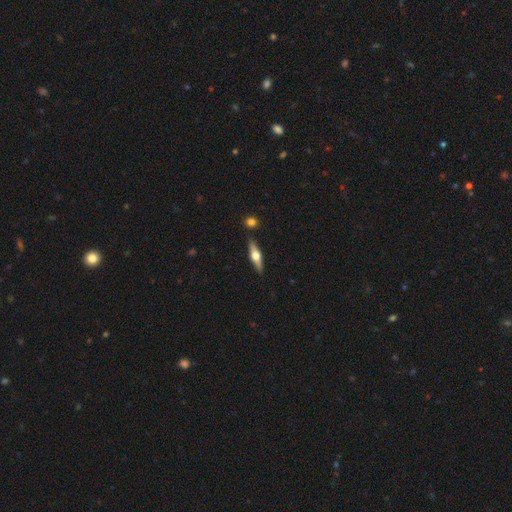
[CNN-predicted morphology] Smooth or featured?
  - featured or disk: 61% *
  - smooth: 33%
  - star or artifact: 6%
Edge-on disk?
  - yes: 95% *
  - no: 5%
Edge-on bulge?
  - rounded: 95% *
  - boxy: 3%
  - none: 2%
Merging?
  - none: 87% *
  - minor disturbance: 8%
  - merger: 4%
  - major disturbance: 2%